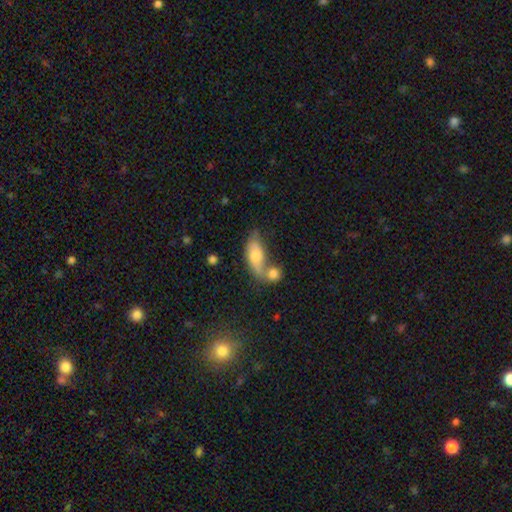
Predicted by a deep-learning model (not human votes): Smooth or featured?
  - smooth: 68% *
  - featured or disk: 23%
  - star or artifact: 8%
How rounded?
  - in between: 78% *
  - cigar-shaped: 16%
  - round: 6%
Merging?
  - merger: 47% *
  - none: 31%
  - minor disturbance: 14%
  - major disturbance: 8%